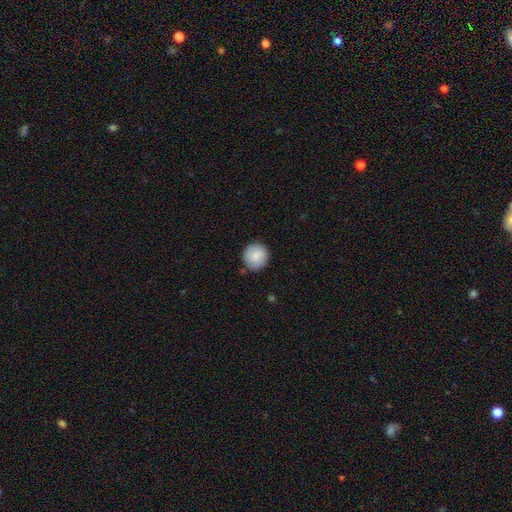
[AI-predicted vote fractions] Smooth or featured? Predicted: smooth (p=0.78). How rounded? Predicted: round (p=0.93). Merging? Predicted: none (p=0.85).